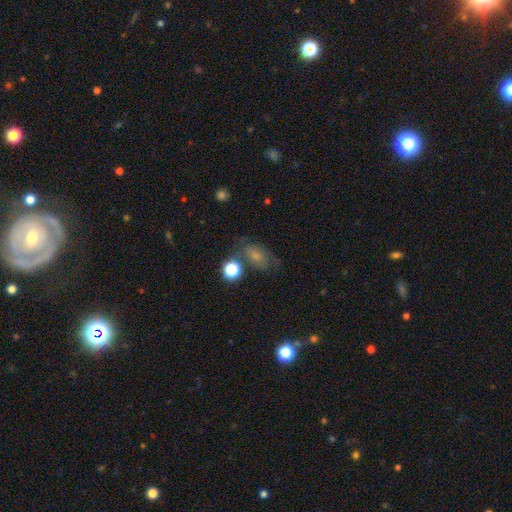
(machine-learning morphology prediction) Smooth or featured? Predicted: smooth (p=0.62). How rounded? Predicted: in between (p=0.76). Merging? Predicted: none (p=0.55).